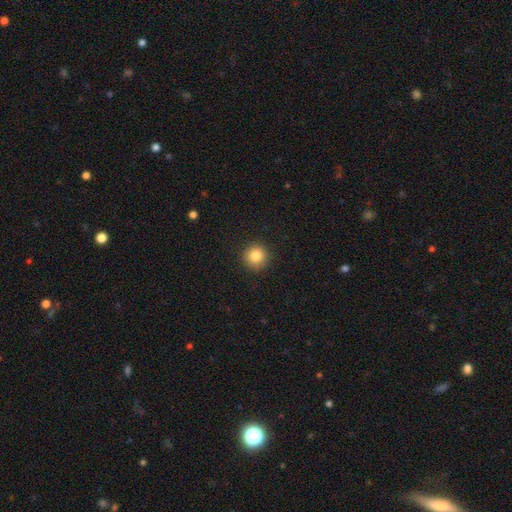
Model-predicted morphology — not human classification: Overall: smooth (84%). How rounded: round (94%). Merging: none (91%).